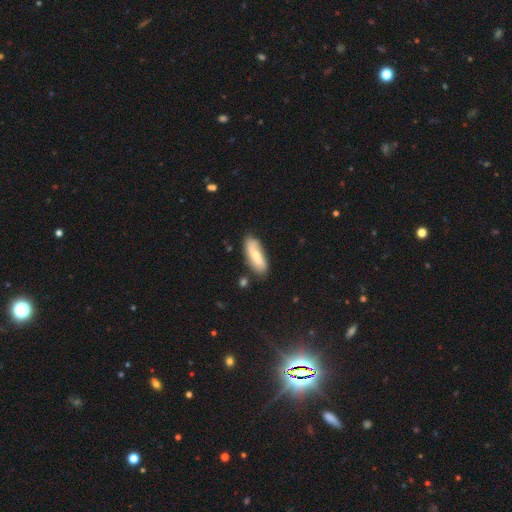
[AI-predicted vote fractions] Overall: smooth (56%; featured or disk 38%). How rounded: in between (65%; cigar-shaped 33%). Merging: none (77%).